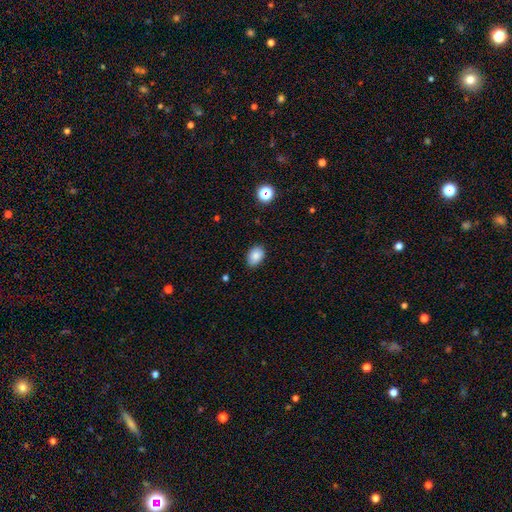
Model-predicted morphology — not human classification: This is clearly a smooth galaxy (85%). How rounded: clearly in between (81%). Merging: clearly none (83%).